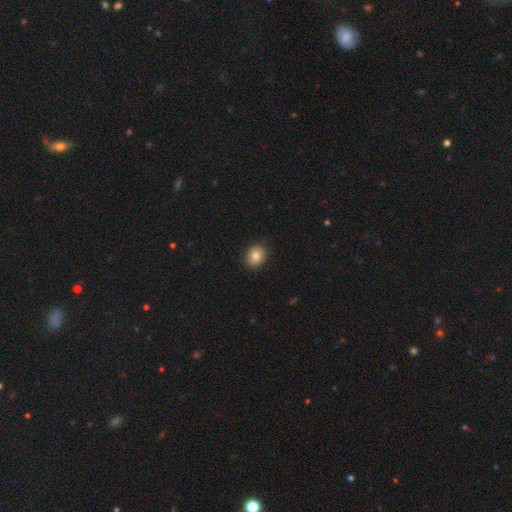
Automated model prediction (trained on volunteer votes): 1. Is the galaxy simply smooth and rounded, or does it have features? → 83% smooth, 9% star or artifact, 8% featured or disk.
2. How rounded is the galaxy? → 68% round, 31% in between, 1% cigar-shaped.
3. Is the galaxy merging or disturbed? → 89% none, 8% minor disturbance, 2% major disturbance, 1% merger.